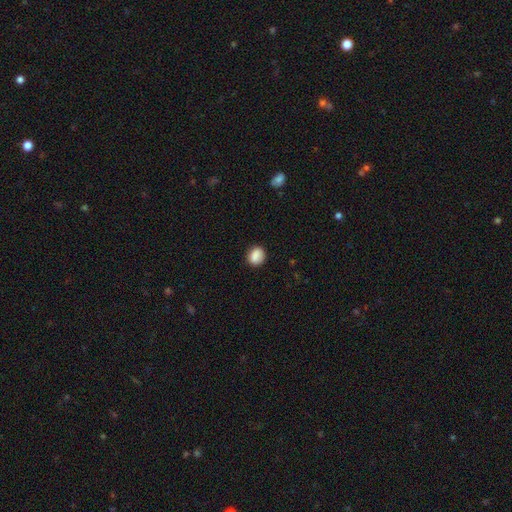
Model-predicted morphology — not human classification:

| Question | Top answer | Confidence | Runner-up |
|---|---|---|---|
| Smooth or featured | smooth | 85% | star or artifact (9%) |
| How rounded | round | 67% | in between (32%) |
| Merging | none | 83% | minor disturbance (12%) |